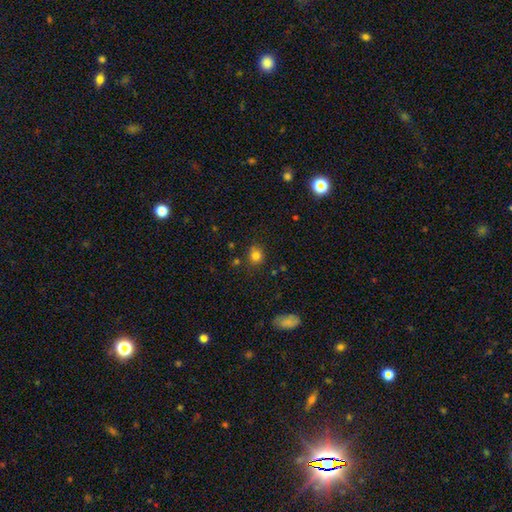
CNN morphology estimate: Smooth or featured: smooth — 80% (star or artifact — 13%)
How rounded: round — 78% (in between — 21%)
Merging: none — 78% (minor disturbance — 14%)